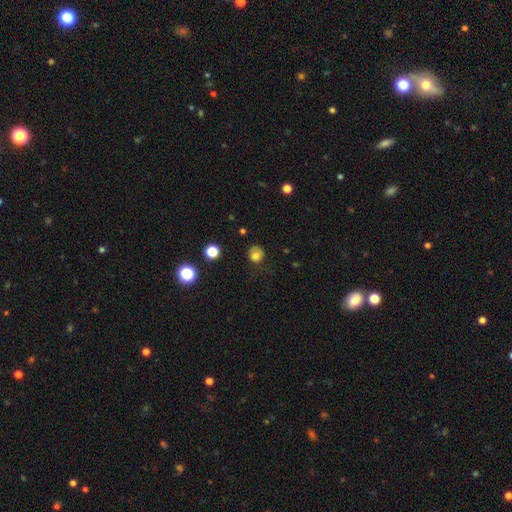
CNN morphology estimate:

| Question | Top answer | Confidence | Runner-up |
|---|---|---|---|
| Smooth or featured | smooth | 76% | star or artifact (13%) |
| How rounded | round | 79% | in between (20%) |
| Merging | none | 56% | minor disturbance (28%) |